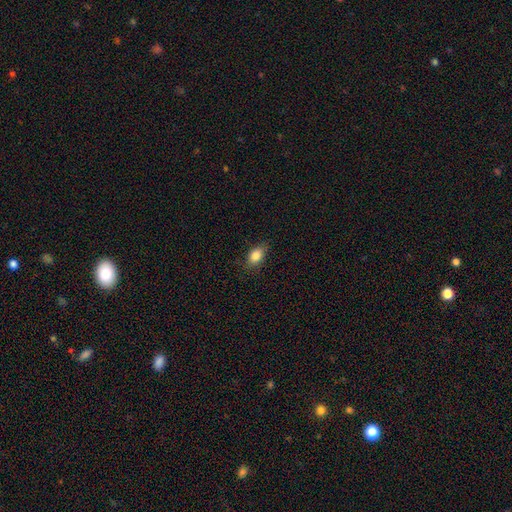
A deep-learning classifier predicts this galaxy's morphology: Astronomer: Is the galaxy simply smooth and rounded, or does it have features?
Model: smooth — 84%.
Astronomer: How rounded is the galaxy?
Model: in between — 84%.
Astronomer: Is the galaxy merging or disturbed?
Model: none — 80%.